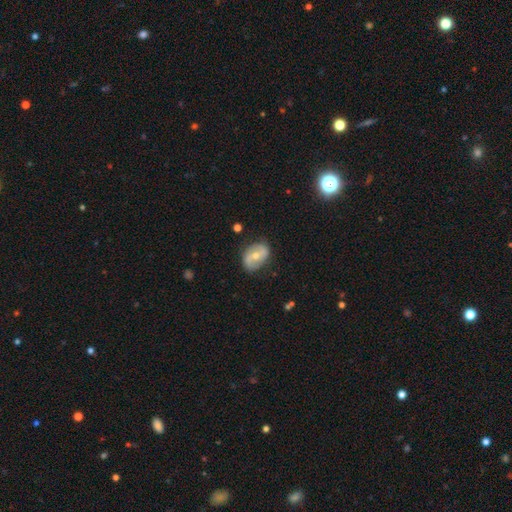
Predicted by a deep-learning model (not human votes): Smooth or featured? Predicted: featured or disk (p=0.58). Edge-on disk? Predicted: no (p=0.95). Bar? Predicted: no (p=0.42). Spiral arms? Predicted: yes (p=0.71). Bulge size? Predicted: moderate (p=0.58). Merging? Predicted: none (p=0.76).